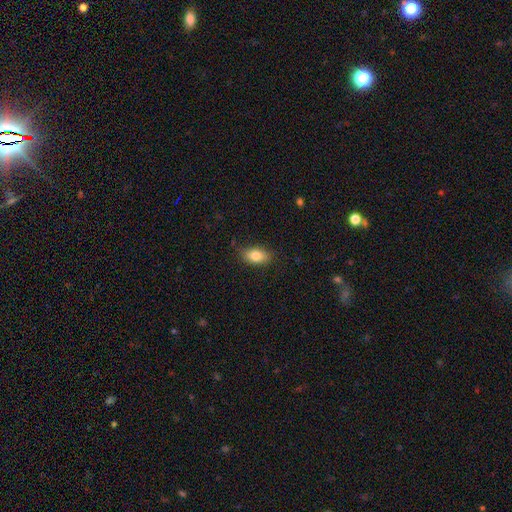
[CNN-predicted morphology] A smooth galaxy with no disk features (81%) that is in between round and cigar-shaped (88%). Merging: none (81%).